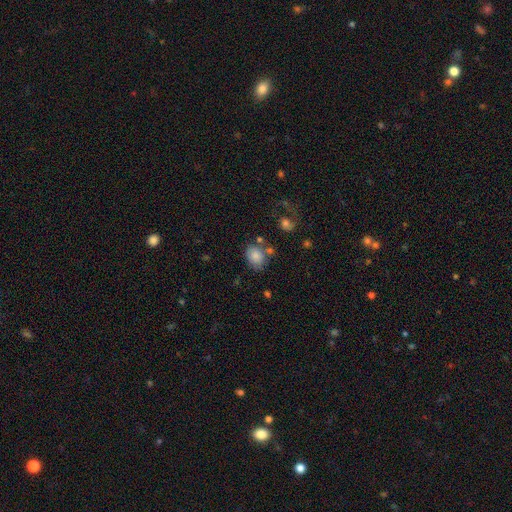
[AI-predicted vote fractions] Smooth or featured: smooth — 82% (star or artifact — 9%)
How rounded: in between — 61% (round — 38%)
Merging: none — 61% (minor disturbance — 21%)